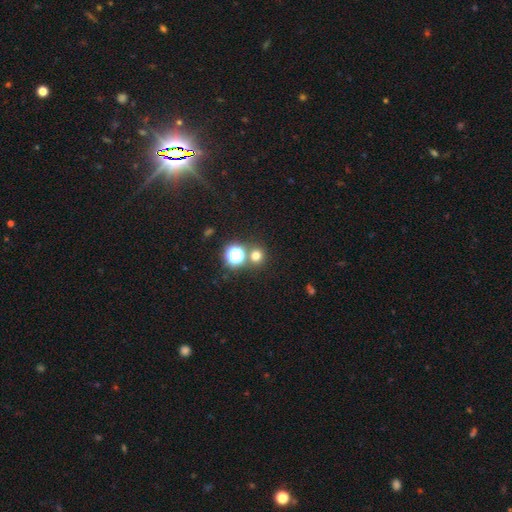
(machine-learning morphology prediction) This appears to be a smooth galaxy with no disk features (69%) that is round (90%). Merging: none (76%).